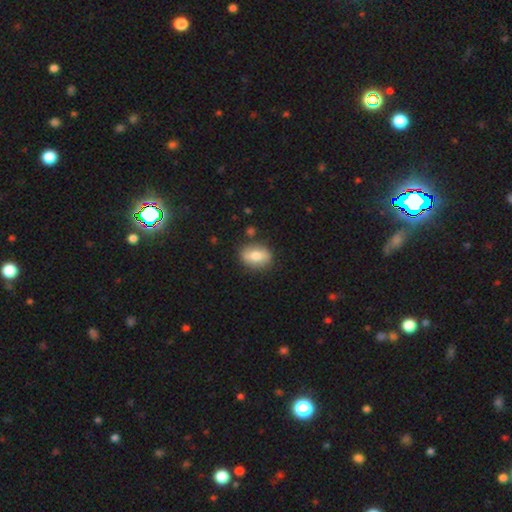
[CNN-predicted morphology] A smooth galaxy with no disk features (69%) that is in between round and cigar-shaped (77%). Merging: none (81%).